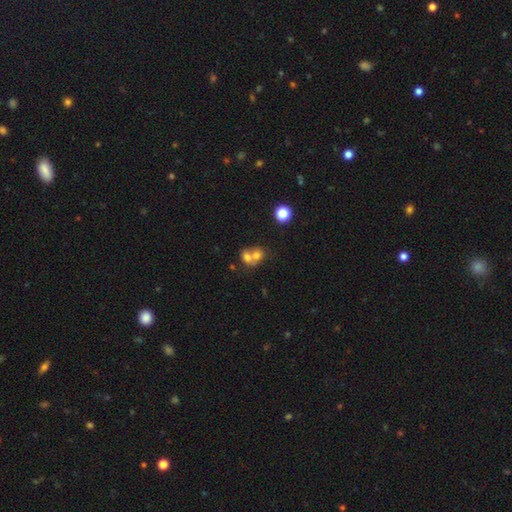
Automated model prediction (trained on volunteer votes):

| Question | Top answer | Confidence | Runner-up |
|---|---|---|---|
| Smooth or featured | smooth | 68% | featured or disk (20%) |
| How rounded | round | 62% | in between (37%) |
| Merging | merger | 68% | none (23%) |